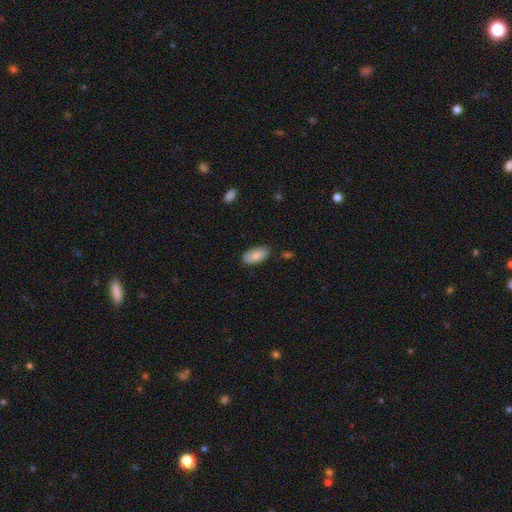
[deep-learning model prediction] Smooth or featured? smooth (81%)
How rounded? in between (94%)
Merging? none (79%)